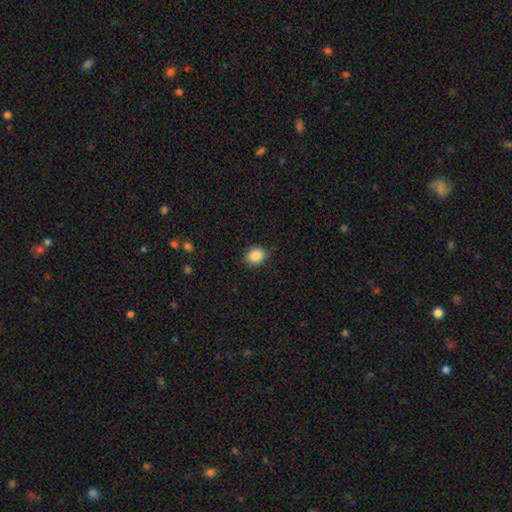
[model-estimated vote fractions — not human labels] Morphology: type=smooth (88%); roundness=in between (55%); merging=none (82%).